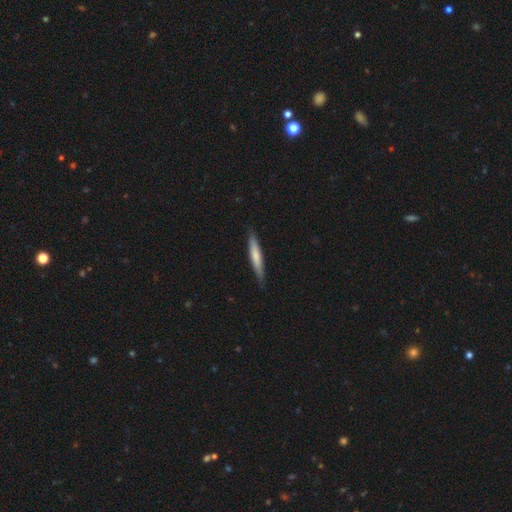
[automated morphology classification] This appears to be a smooth galaxy with no disk features (66%) that is cigar-shaped (93%). Merging: none (85%).